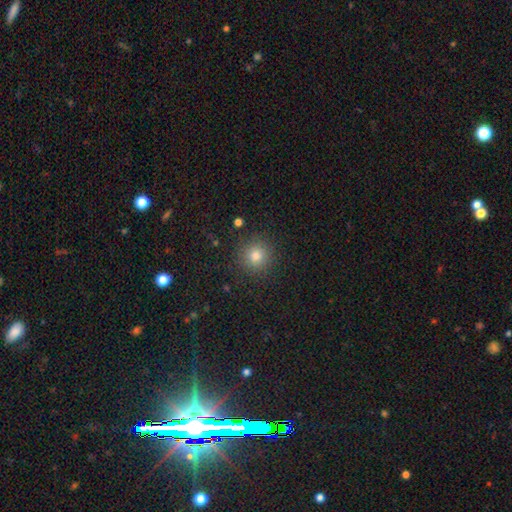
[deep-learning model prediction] This is likely a smooth galaxy (79%). How rounded: clearly round (94%). Merging: clearly none (90%).